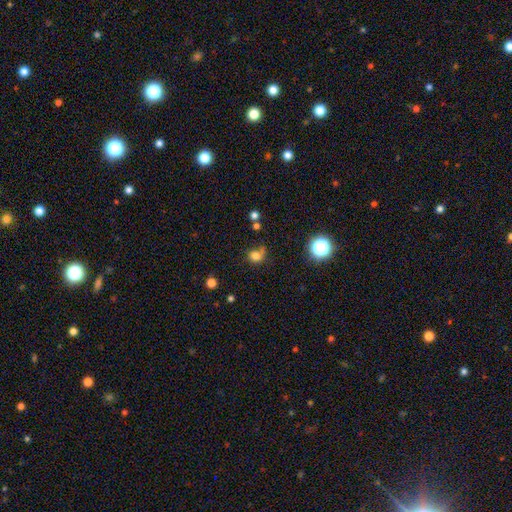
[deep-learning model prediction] The model was most divided on "merging": none: 47%, minor disturbance: 25%, major disturbance: 19%, merger: 10%. More confident: smooth or featured — smooth (72%); how rounded — round (66%).